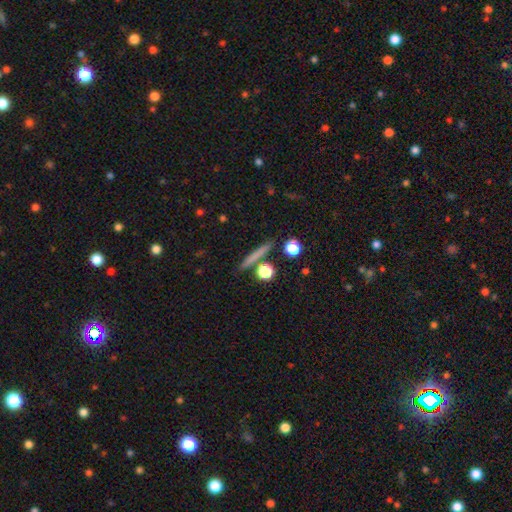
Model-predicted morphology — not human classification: A smooth galaxy with no disk features (65%) that is cigar-shaped (78%).

Vote fractions:
- Smooth or featured? smooth: 65% / featured or disk: 25% / star or artifact: 10%
- How rounded? cigar-shaped: 78% / round: 15% / in between: 8%
- Merging? none: 84% / minor disturbance: 7% / merger: 6% / major disturbance: 2%